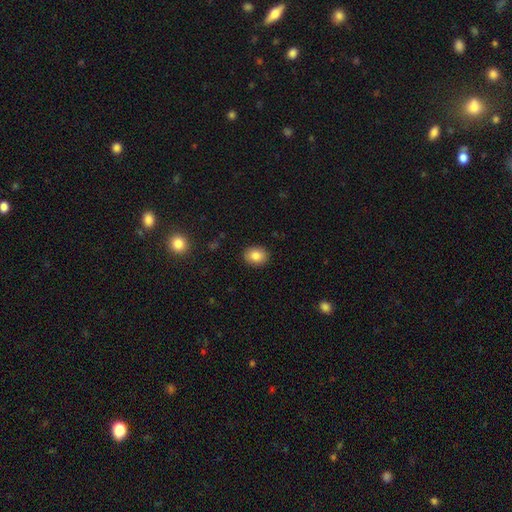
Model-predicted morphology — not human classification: Smooth or featured: smooth — 85% (star or artifact — 9%)
How rounded: round — 52% (in between — 47%)
Merging: none — 90% (minor disturbance — 7%)